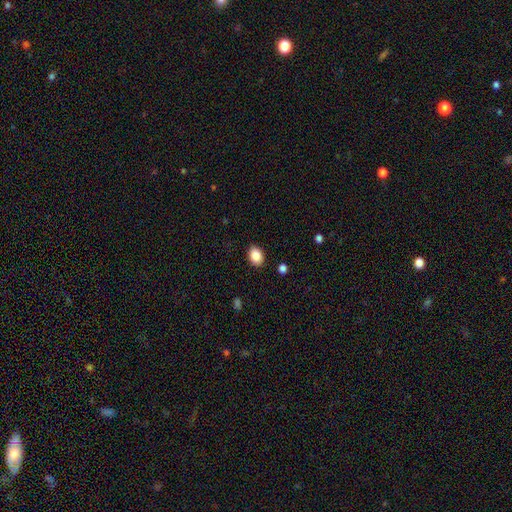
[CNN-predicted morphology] This appears to be a smooth galaxy with no disk features (88%) that is in between round and cigar-shaped (74%). Merging: none (87%).